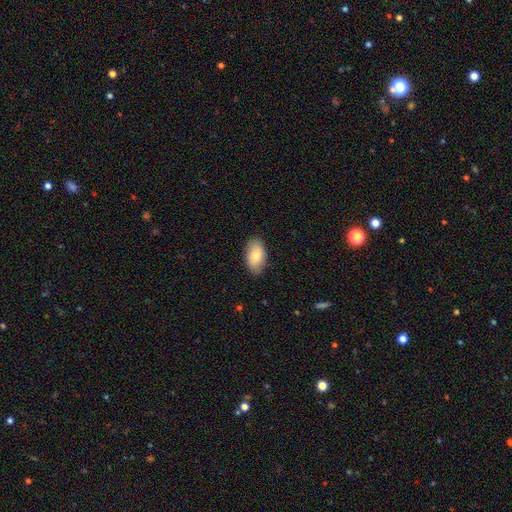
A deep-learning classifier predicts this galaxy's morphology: This is likely a smooth galaxy (77%). How rounded: clearly in between (93%). Merging: clearly none (83%).